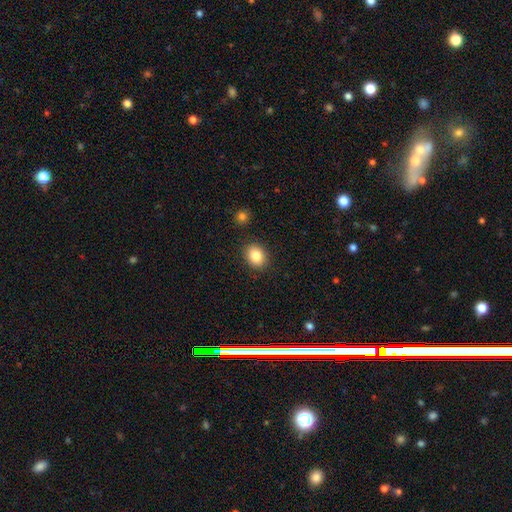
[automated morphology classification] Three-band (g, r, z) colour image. It shows a smooth galaxy with no disk features (86%) that is in between round and cigar-shaped (51%). Merging: none (88%).